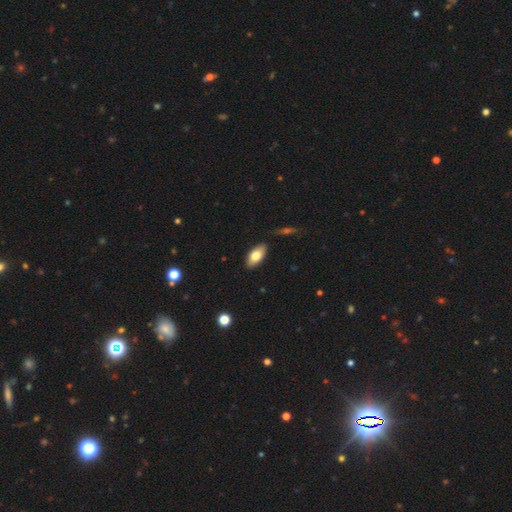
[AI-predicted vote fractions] smooth_or_featured: smooth (p=0.76) [alt: featured or disk p=0.17]
how_rounded: in between (p=0.91) [alt: cigar-shaped p=0.07]
merging: none (p=0.86) [alt: minor disturbance p=0.11]